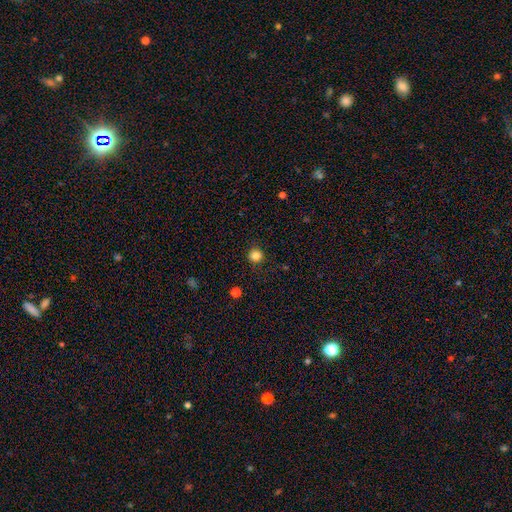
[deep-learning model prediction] A smooth galaxy with no disk features (83%) that is round (92%). Merging: none (89%).